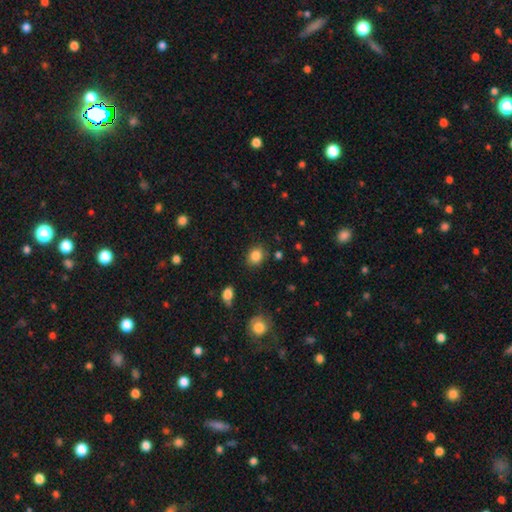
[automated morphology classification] type=smooth (85%); roundness=round (61%); merging=none (83%).